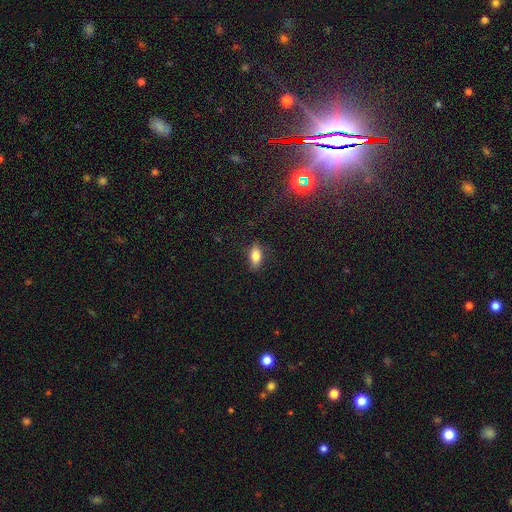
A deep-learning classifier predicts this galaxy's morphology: This is likely a smooth galaxy (79%). How rounded: clearly in between (85%). Merging: clearly none (82%).